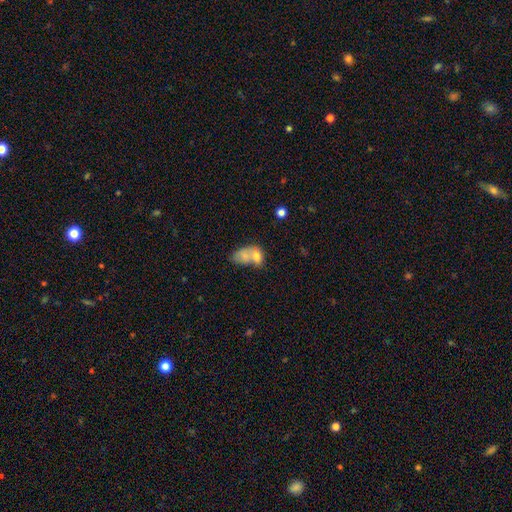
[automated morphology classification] Smooth or featured? Predicted: smooth (p=0.70). How rounded? Predicted: in between (p=0.81). Merging? Predicted: merger (p=0.67).